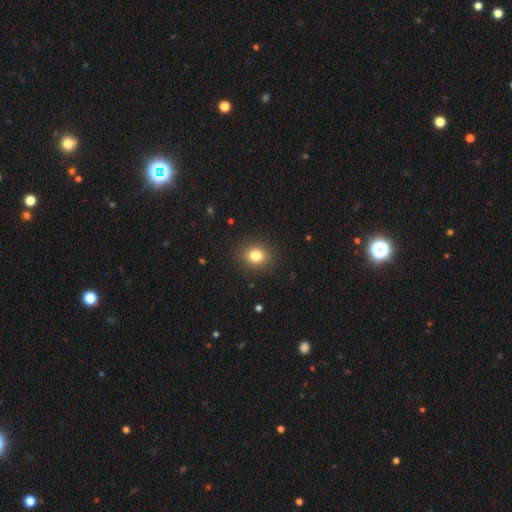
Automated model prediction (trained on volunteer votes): The model was most divided on "how rounded": round: 77%, in between: 22%, cigar-shaped: 1%. More confident: merging — none (90%); smooth or featured — smooth (82%).